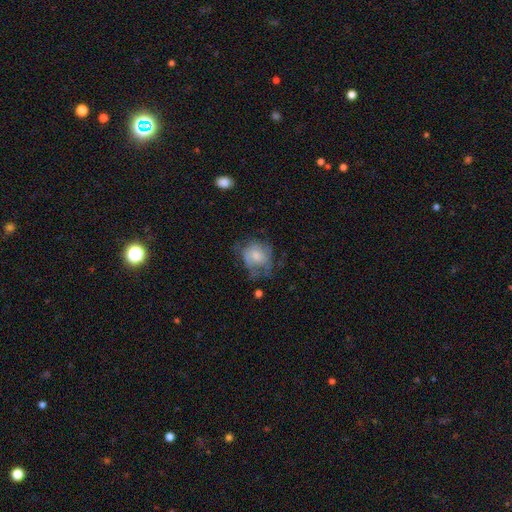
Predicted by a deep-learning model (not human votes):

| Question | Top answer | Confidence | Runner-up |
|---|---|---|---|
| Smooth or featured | smooth | 59% | featured or disk (32%) |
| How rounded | round | 63% | in between (36%) |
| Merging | none | 39% | minor disturbance (30%) |